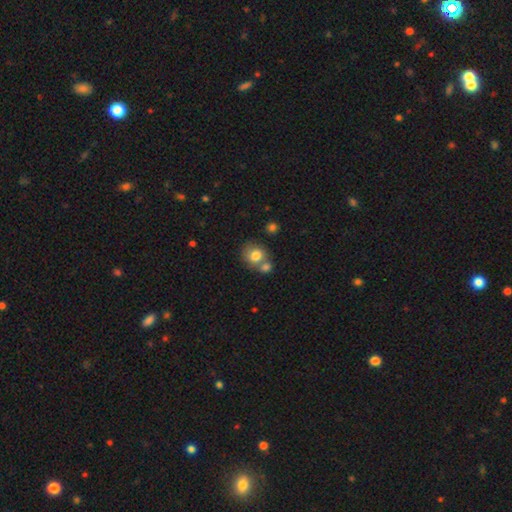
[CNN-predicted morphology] The model was most divided on "merging": none: 47%, merger: 39%, minor disturbance: 11%, major disturbance: 4%. More confident: smooth or featured — smooth (79%); how rounded — round (74%).